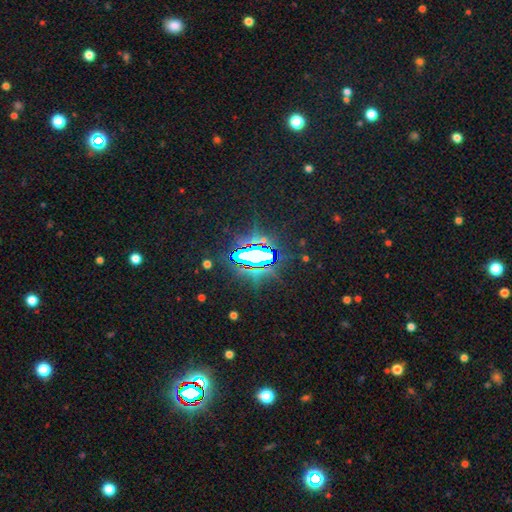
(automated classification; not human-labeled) Q: Smooth or featured?
A: star or artifact (78%); runner-up: featured or disk (11%)